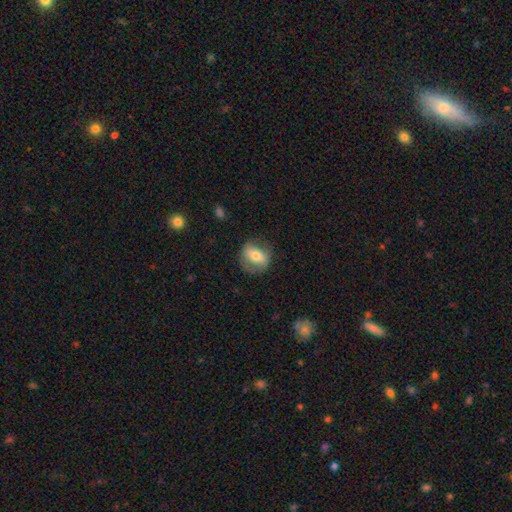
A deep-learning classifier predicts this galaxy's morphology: The model was most divided on "how rounded": in between: 49%, round: 48%, cigar-shaped: 3%. More confident: merging — none (72%); smooth or featured — smooth (52%).